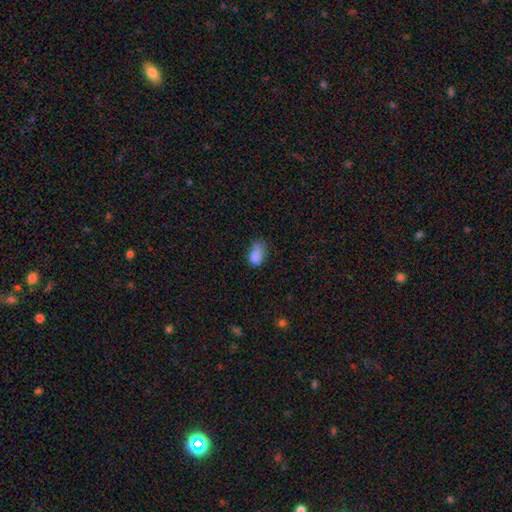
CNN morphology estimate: smooth_or_featured: smooth (p=0.81) [alt: star or artifact p=0.11]
how_rounded: in between (p=0.86) [alt: round p=0.12]
merging: minor disturbance (p=0.38) [alt: none p=0.36]